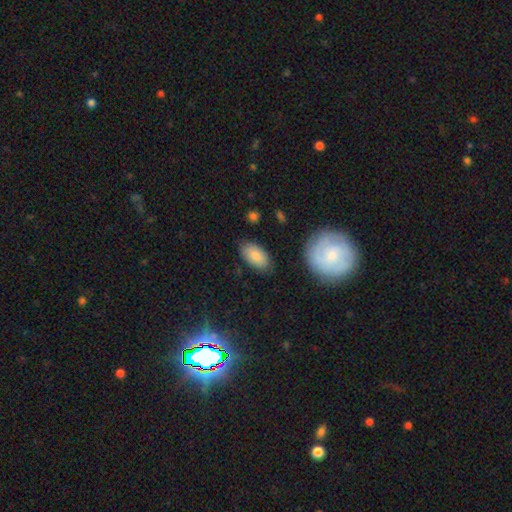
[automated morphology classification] Q: Smooth or featured?
A: smooth (81%); runner-up: featured or disk (12%)
Q: How rounded?
A: in between (94%); runner-up: round (3%)
Q: Merging?
A: none (81%); runner-up: minor disturbance (14%)